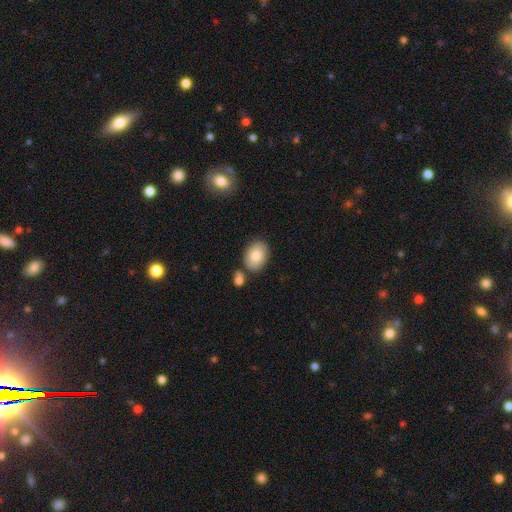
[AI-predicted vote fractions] Q: Smooth or featured?
A: smooth (83%); runner-up: featured or disk (10%)
Q: How rounded?
A: in between (80%); runner-up: round (19%)
Q: Merging?
A: none (76%); runner-up: minor disturbance (12%)